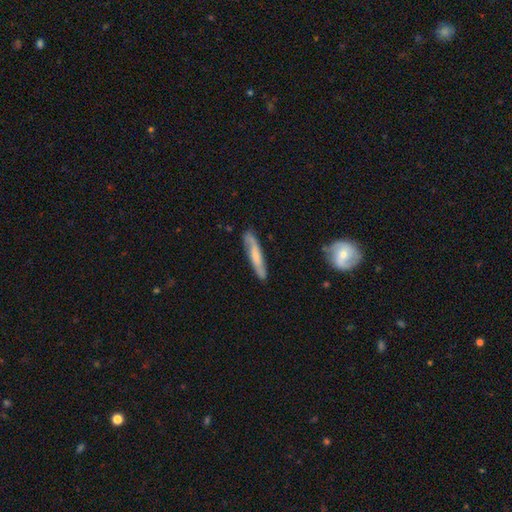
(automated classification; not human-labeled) featured or disk 50%, smooth 44%, star or artifact 6%. Down the decision tree: merging — none (80%).